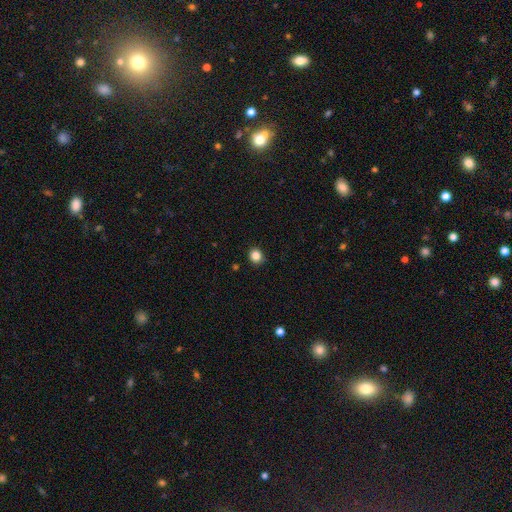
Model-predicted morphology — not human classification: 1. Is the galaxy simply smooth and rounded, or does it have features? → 85% smooth, 11% star or artifact, 4% featured or disk.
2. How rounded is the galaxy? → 84% round, 15% in between, 1% cigar-shaped.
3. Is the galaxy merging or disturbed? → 90% none, 7% minor disturbance, 2% major disturbance, 1% merger.